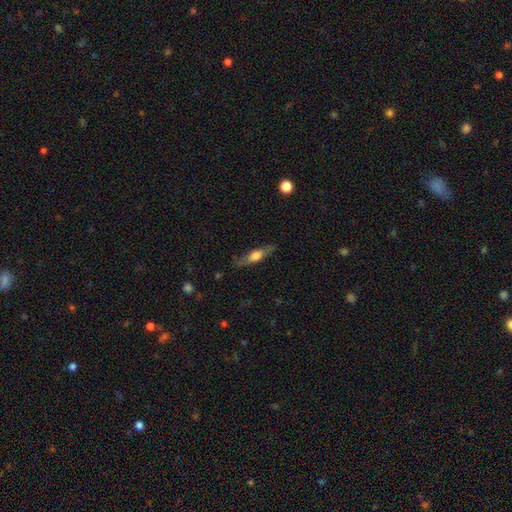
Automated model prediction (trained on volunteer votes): This appears to be a featured or disk galaxy (49%). Merging: none (79%).